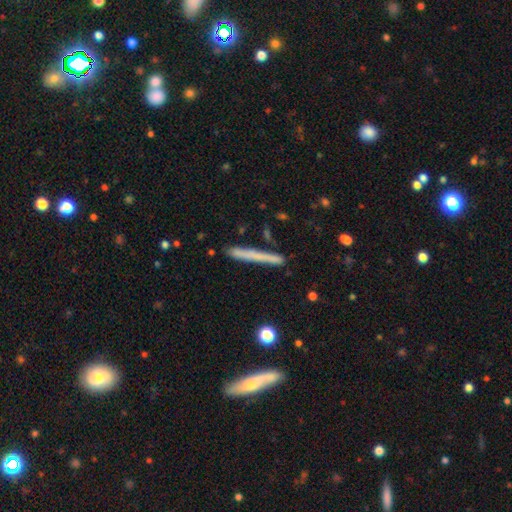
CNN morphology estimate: smooth-or-featured: smooth: 57% | featured or disk: 36% | star or artifact: 7%
  how-rounded: cigar-shaped: 96% | in between: 2% | round: 2%
  merging: none: 87% | minor disturbance: 9% | merger: 2% | major disturbance: 2%